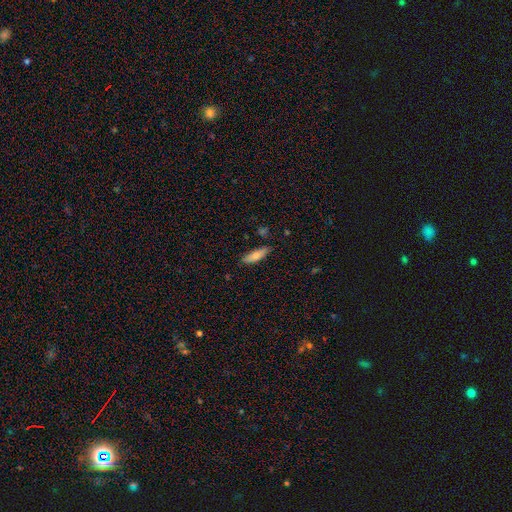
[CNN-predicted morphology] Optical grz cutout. It shows a smooth galaxy with no disk features (75%) that is cigar-shaped (51%). Merging: none (79%).